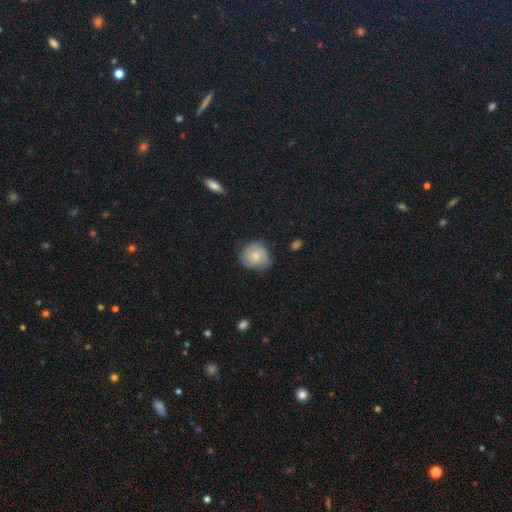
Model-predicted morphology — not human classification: smooth_or_featured: smooth (p=0.62) [alt: featured or disk p=0.30]
how_rounded: round (p=0.79) [alt: in between p=0.20]
merging: none (p=0.67) [alt: minor disturbance p=0.26]